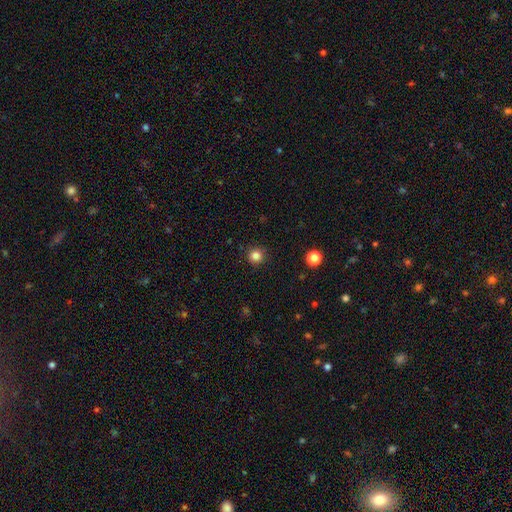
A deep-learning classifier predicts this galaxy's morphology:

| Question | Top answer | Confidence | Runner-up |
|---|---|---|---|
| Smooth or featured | smooth | 83% | star or artifact (13%) |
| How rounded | round | 95% | in between (4%) |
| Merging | none | 92% | minor disturbance (5%) |